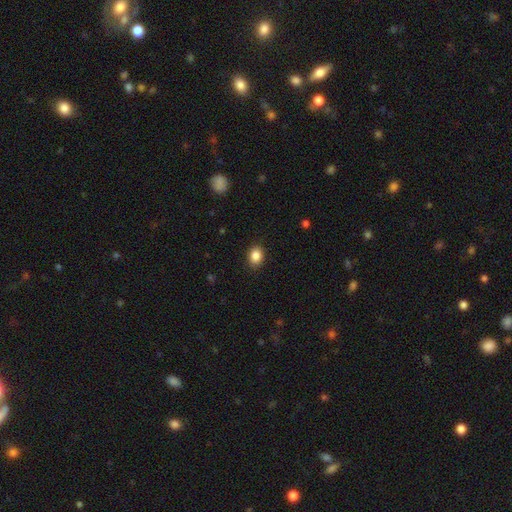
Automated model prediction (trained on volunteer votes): Smooth or featured?
  - smooth: 87% *
  - star or artifact: 9%
  - featured or disk: 4%
How rounded?
  - in between: 57% *
  - round: 42%
  - cigar-shaped: 1%
Merging?
  - none: 89% *
  - minor disturbance: 8%
  - major disturbance: 2%
  - merger: 1%